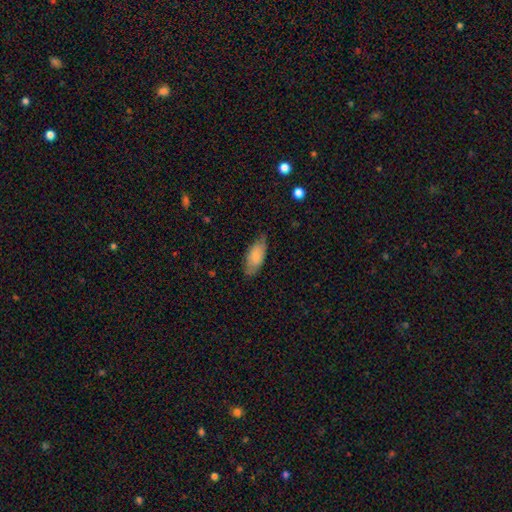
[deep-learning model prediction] This appears to be a smooth galaxy with no disk features (81%) that is in between round and cigar-shaped (86%). Merging: none (69%).